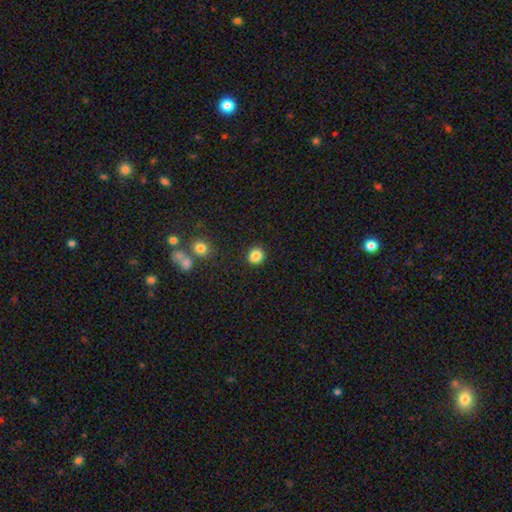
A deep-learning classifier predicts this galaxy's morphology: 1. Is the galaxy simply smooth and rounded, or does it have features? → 85% smooth, 11% star or artifact, 4% featured or disk.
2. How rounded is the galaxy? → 83% round, 16% in between, 1% cigar-shaped.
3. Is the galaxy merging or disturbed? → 87% none, 7% minor disturbance, 3% merger, 2% major disturbance.